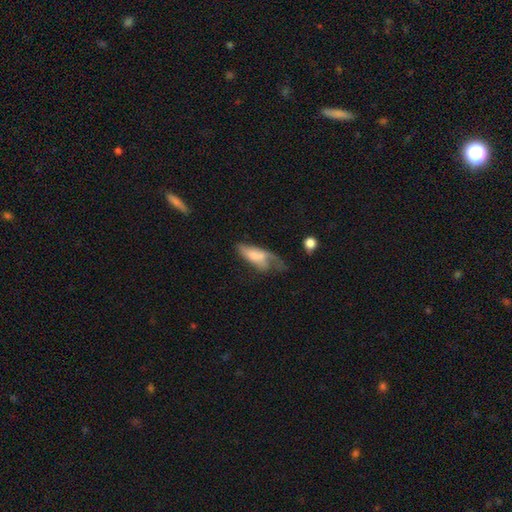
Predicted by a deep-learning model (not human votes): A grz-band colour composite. It shows a smooth galaxy with no disk features (60%) that is in between round and cigar-shaped (73%). Merging: major disturbance (45%).